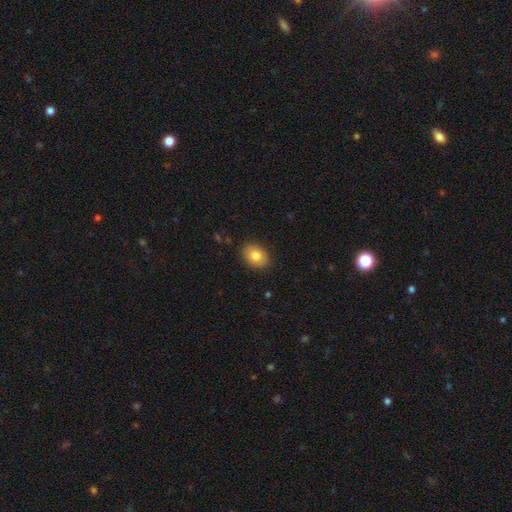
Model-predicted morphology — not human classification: The model was most divided on "how rounded": in between: 67%, round: 32%, cigar-shaped: 1%. More confident: merging — none (88%); smooth or featured — smooth (82%).